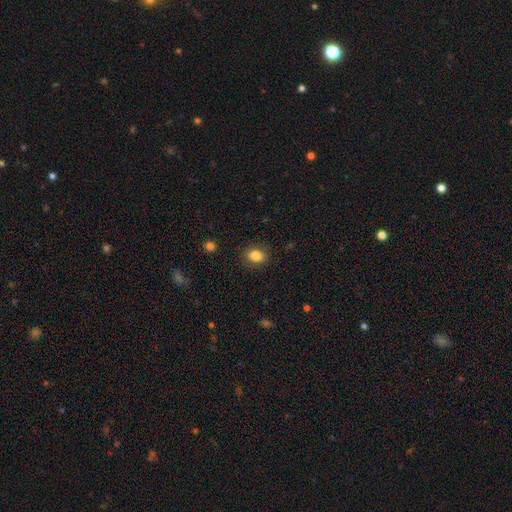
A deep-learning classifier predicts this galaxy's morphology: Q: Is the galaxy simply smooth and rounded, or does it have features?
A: smooth — 84%.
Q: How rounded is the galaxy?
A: in between — 63%.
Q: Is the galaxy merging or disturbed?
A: none — 87%.